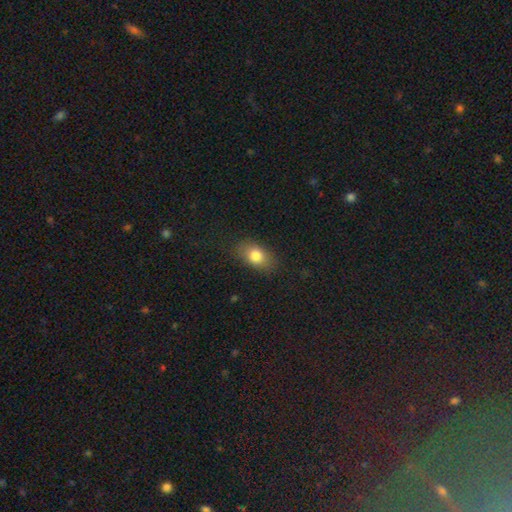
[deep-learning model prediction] A smooth galaxy with no disk features (80%) that is in between round and cigar-shaped (81%). Merging: none (82%).